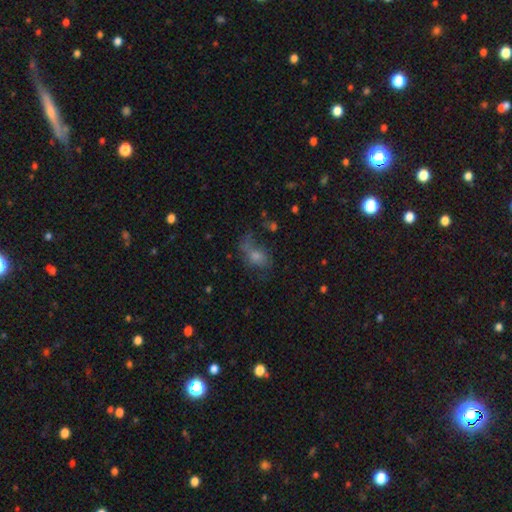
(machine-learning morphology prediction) Smooth or featured? Predicted: smooth (p=0.44). Merging? Predicted: none (p=0.45).